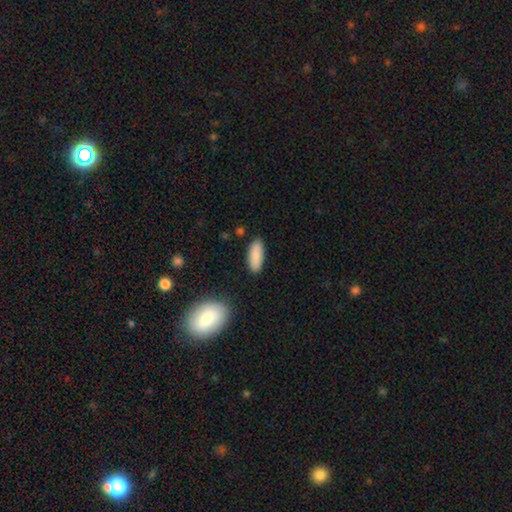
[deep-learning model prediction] smooth-or-featured: smooth: 88% | star or artifact: 6% | featured or disk: 5%
  how-rounded: in between: 70% | cigar-shaped: 28% | round: 2%
  merging: none: 87% | minor disturbance: 9% | major disturbance: 2% | merger: 2%